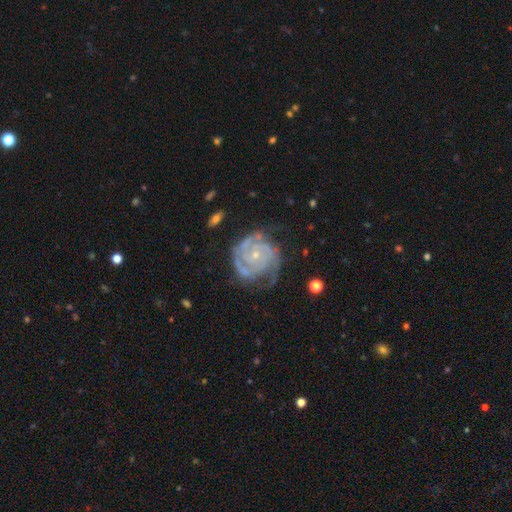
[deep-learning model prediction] This is clearly a featured or disk galaxy (91%). It is clearly not viewed edge-on (98%). Bar: likely no (73%). Spiral arm pattern: clearly yes (98%). Spiral arm count: marginally 3 (38%). Spiral winding: likely tight (71%). Central bulge: likely small (77%). Merging: likely none (63%).